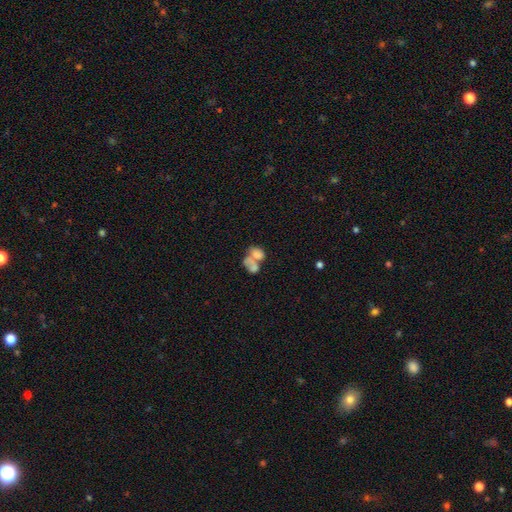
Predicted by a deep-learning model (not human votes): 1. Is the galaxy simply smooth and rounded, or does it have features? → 61% smooth, 29% featured or disk, 10% star or artifact.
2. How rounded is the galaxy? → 72% in between, 26% round, 1% cigar-shaped.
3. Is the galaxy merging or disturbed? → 68% merger, 15% none, 10% major disturbance, 7% minor disturbance.